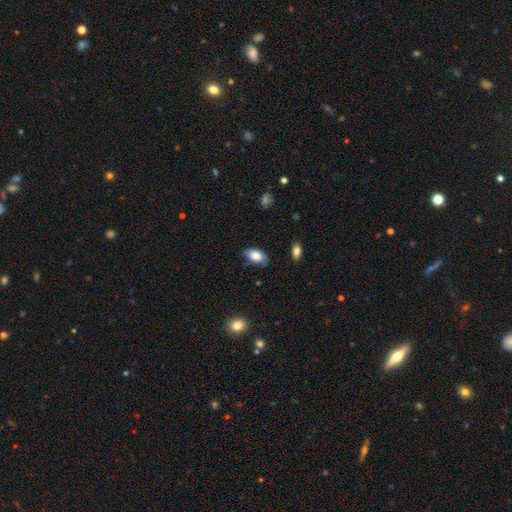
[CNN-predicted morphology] Smooth or featured: smooth — 80% (featured or disk — 13%)
How rounded: in between — 92% (round — 6%)
Merging: none — 72% (minor disturbance — 22%)